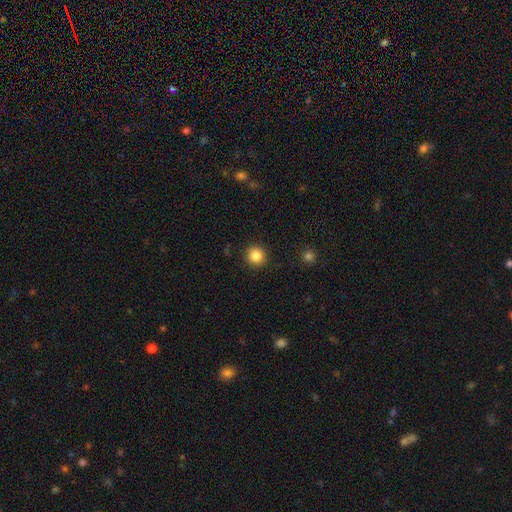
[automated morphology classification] This appears to be a smooth galaxy with no disk features (85%) that is round (91%). Merging: none (91%).